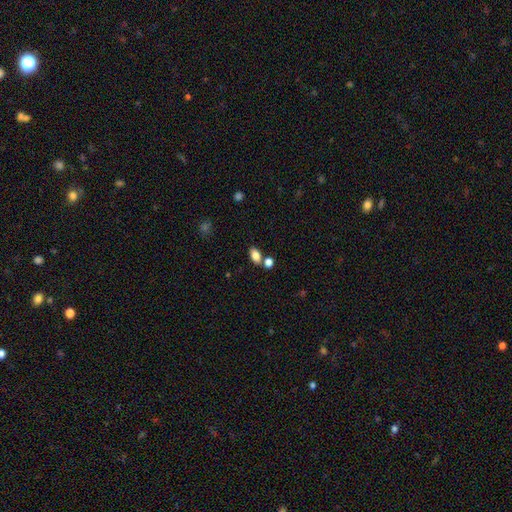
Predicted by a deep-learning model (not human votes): Smooth or featured? Predicted: smooth (p=0.83). How rounded? Predicted: in between (p=0.88). Merging? Predicted: none (p=0.66).